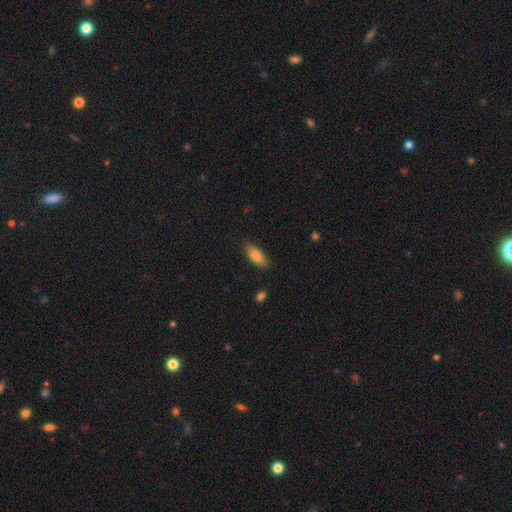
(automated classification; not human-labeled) smooth 84%, featured or disk 10%, star or artifact 6%. Down the decision tree: how rounded — in between (78%); merging — none (84%).